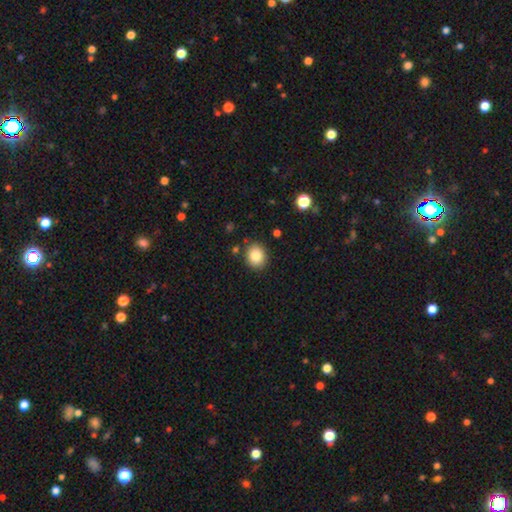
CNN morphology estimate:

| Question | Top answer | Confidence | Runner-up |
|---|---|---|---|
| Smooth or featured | smooth | 84% | star or artifact (9%) |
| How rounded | round | 71% | in between (28%) |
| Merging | none | 87% | minor disturbance (8%) |